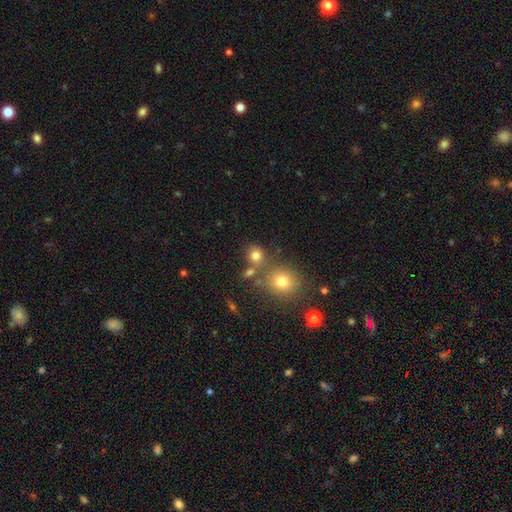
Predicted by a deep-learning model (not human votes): Smooth or featured?
  - smooth: 78% *
  - star or artifact: 15%
  - featured or disk: 7%
How rounded?
  - round: 80% *
  - in between: 19%
  - cigar-shaped: 1%
Merging?
  - none: 66% *
  - merger: 20%
  - minor disturbance: 10%
  - major disturbance: 5%